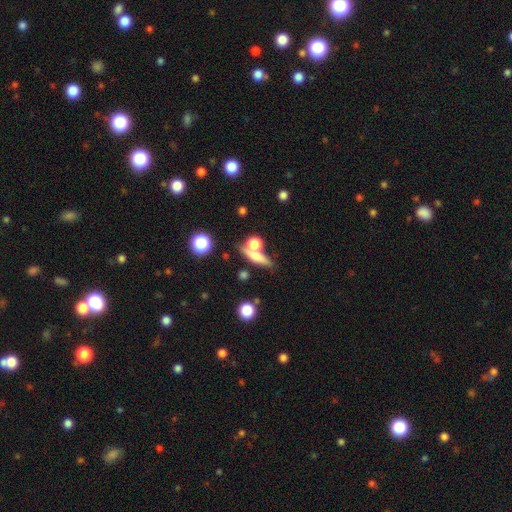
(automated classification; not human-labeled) Smooth or featured? Predicted: smooth (p=0.60). How rounded? Predicted: cigar-shaped (p=0.55). Merging? Predicted: none (p=0.58).